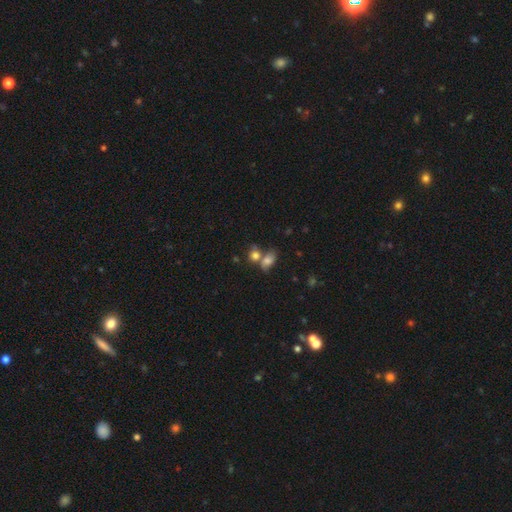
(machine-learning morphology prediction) Smooth or featured? Predicted: smooth (p=0.76). How rounded? Predicted: in between (p=0.53). Merging? Predicted: merger (p=0.50).